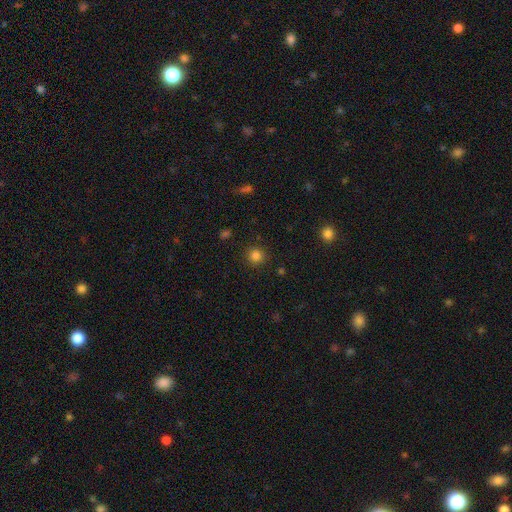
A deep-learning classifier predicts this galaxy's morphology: type=smooth (83%); roundness=round (93%); merging=none (90%).